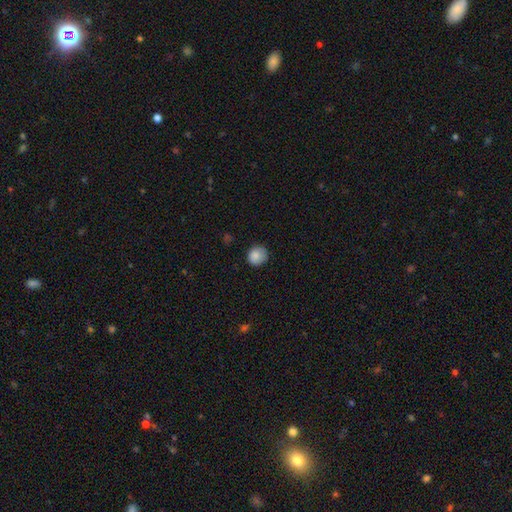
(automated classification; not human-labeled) Smooth or featured? Predicted: smooth (p=0.86). How rounded? Predicted: round (p=0.88). Merging? Predicted: none (p=0.78).